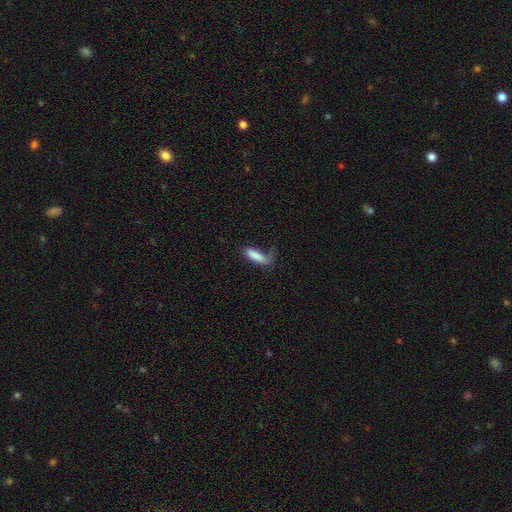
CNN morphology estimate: A smooth galaxy with no disk features (79%) that is cigar-shaped (50%). Merging: none (38%).